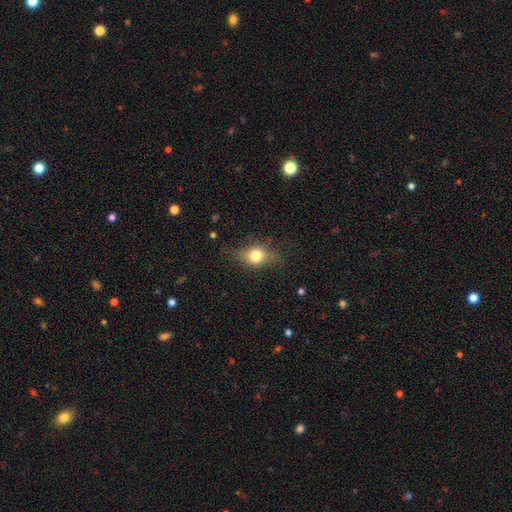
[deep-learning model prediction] Overall: smooth (68%). How rounded: in between (62%; round 33%). Merging: none (68%).